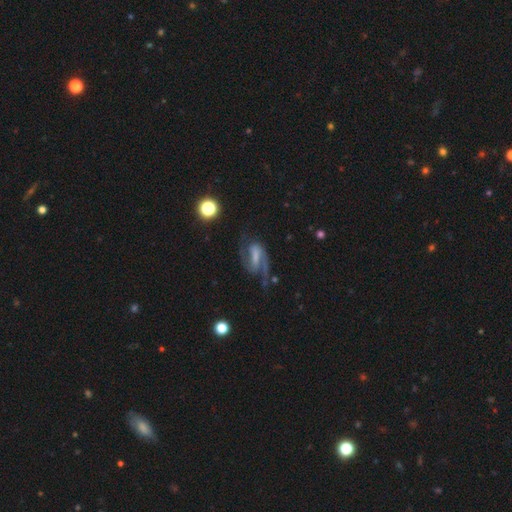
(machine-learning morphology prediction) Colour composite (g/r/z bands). It shows a featured or disk galaxy (79%) with a strong bar (49%), 2 (83%) medium (51%) spiral arms (93%) and no central bulge (43%). Merging: none (55%).